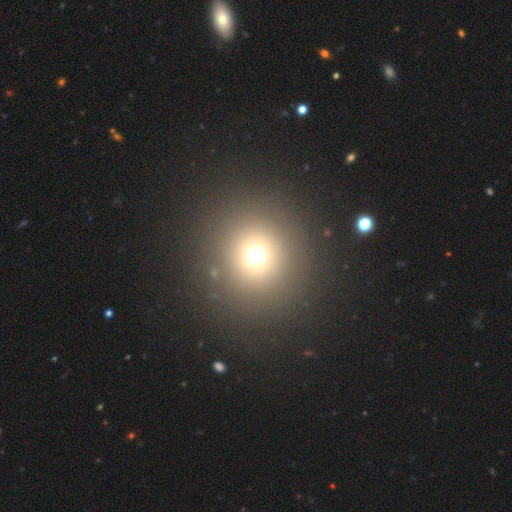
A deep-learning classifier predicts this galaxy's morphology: This appears to be a smooth galaxy with no disk features (68%) that is round (94%). Merging: none (88%).